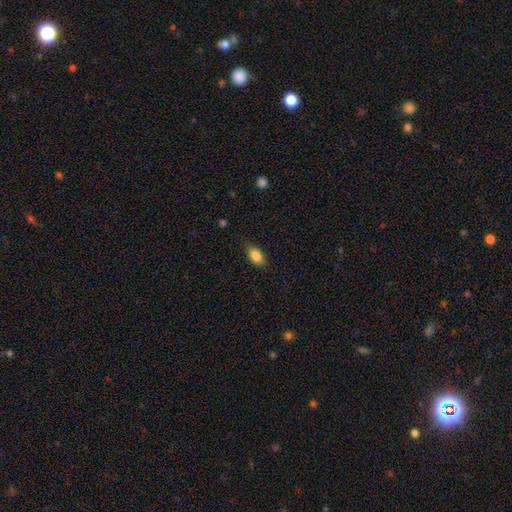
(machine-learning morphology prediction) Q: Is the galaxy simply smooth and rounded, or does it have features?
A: smooth — 85%.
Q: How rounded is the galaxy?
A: in between — 88%.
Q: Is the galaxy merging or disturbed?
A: none — 80%.